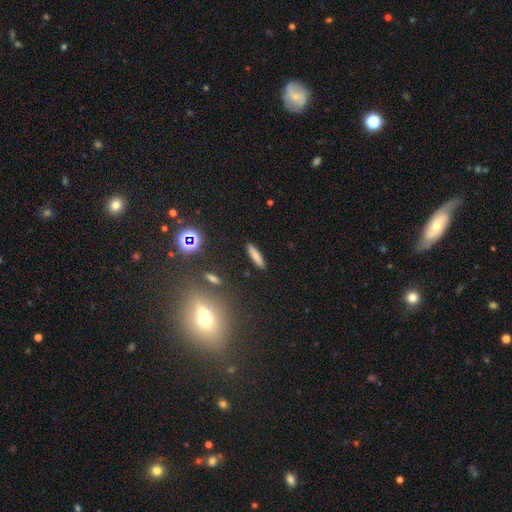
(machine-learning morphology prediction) Overall: smooth (77%). How rounded: cigar-shaped (77%). Merging: none (89%).